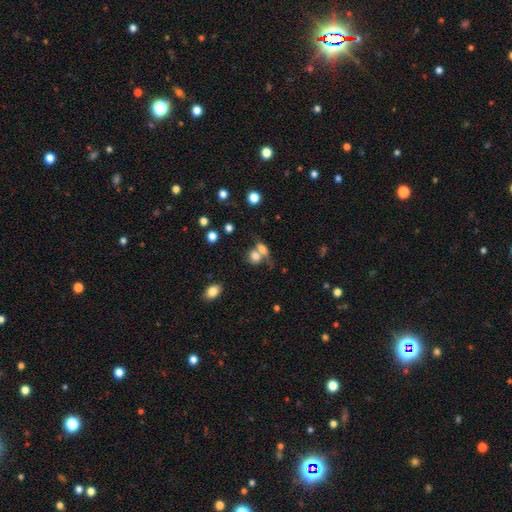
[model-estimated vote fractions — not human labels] Morphology: type=smooth (72%); roundness=round (52%); merging=merger (58%).